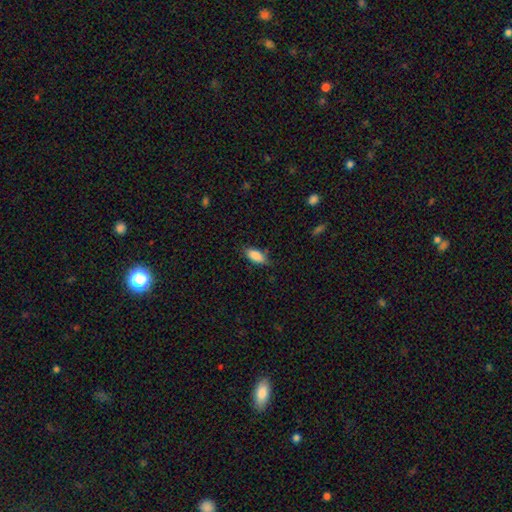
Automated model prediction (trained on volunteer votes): Overall: smooth (86%). How rounded: in between (84%). Merging: none (73%).